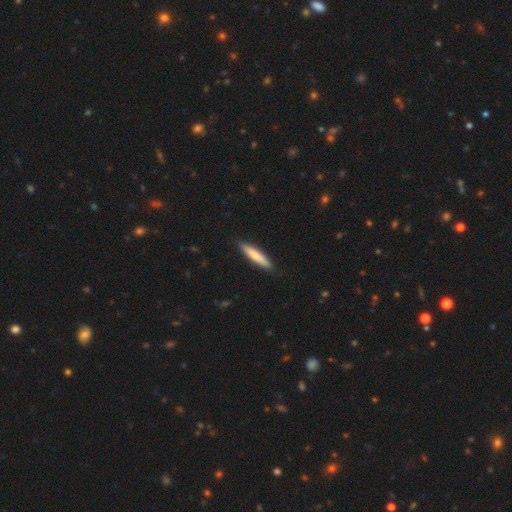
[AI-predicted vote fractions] Smooth or featured?
  - smooth: 77% *
  - featured or disk: 18%
  - star or artifact: 5%
How rounded?
  - cigar-shaped: 88% *
  - in between: 11%
  - round: 1%
Merging?
  - none: 89% *
  - minor disturbance: 9%
  - major disturbance: 2%
  - merger: 1%